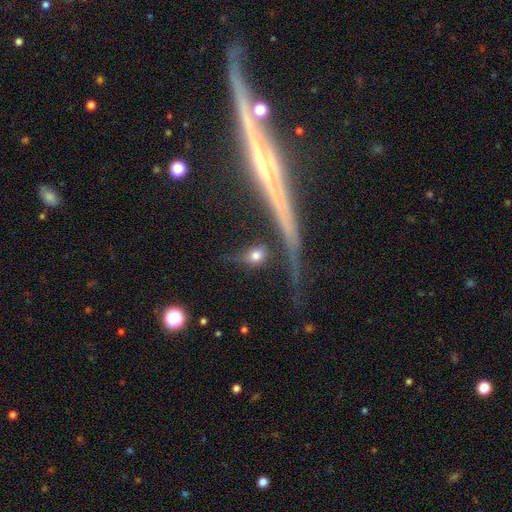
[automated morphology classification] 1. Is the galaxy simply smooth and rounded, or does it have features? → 63% smooth, 23% featured or disk, 14% star or artifact.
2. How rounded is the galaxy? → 51% round, 37% in between, 12% cigar-shaped.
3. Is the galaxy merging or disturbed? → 61% none, 17% minor disturbance, 12% major disturbance, 10% merger.